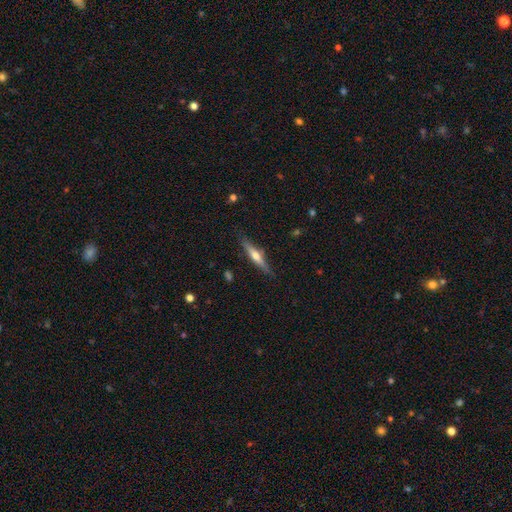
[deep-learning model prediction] Smooth or featured?
  - featured or disk: 63% *
  - smooth: 31%
  - star or artifact: 6%
Edge-on disk?
  - yes: 96% *
  - no: 4%
Edge-on bulge?
  - rounded: 90% *
  - none: 6%
  - boxy: 4%
Merging?
  - none: 86% *
  - minor disturbance: 10%
  - major disturbance: 2%
  - merger: 2%